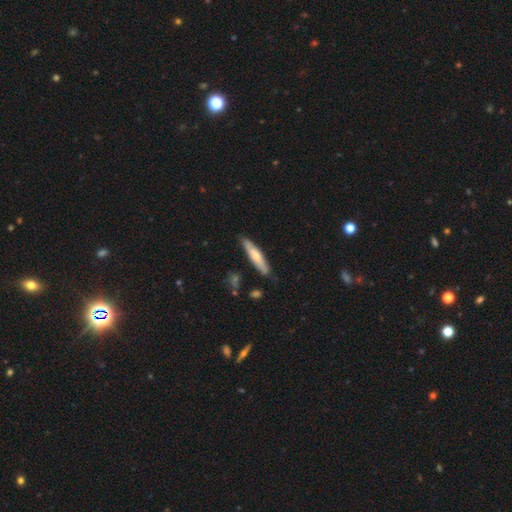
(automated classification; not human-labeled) Morphology: type=smooth (57%); roundness=cigar-shaped (81%); merging=none (78%).